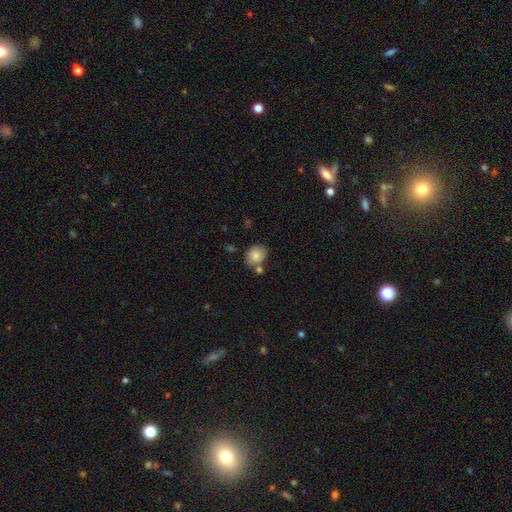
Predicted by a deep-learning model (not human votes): Smooth or featured? Predicted: smooth (p=0.82). How rounded? Predicted: round (p=0.69). Merging? Predicted: none (p=0.64).